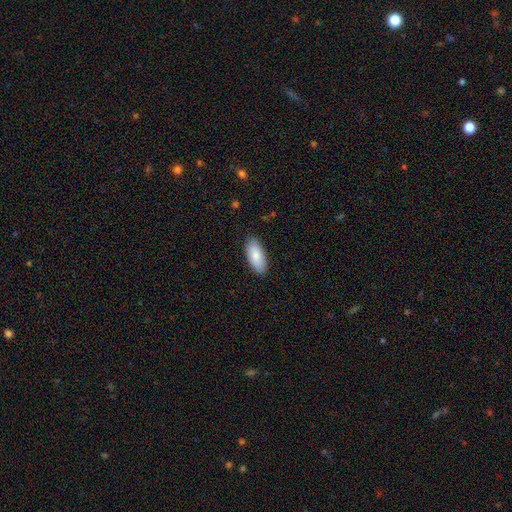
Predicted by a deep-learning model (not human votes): smooth_or_featured: smooth (p=0.84) [alt: featured or disk p=0.10]
how_rounded: in between (p=0.88) [alt: cigar-shaped p=0.10]
merging: none (p=0.87) [alt: minor disturbance p=0.10]